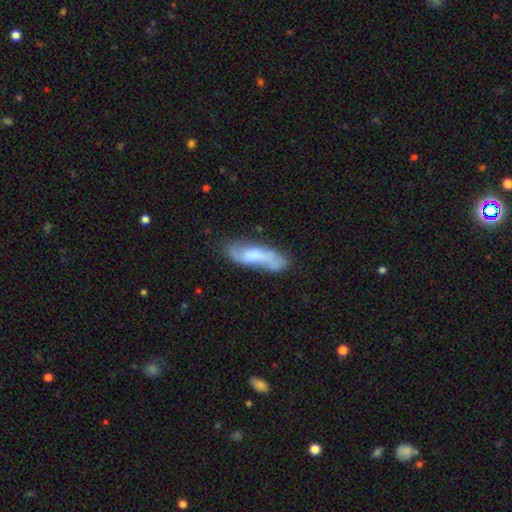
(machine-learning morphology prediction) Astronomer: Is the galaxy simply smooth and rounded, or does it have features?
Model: smooth — 47% (runner-up: featured or disk, 46%).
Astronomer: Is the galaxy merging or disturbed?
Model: none — 55%.